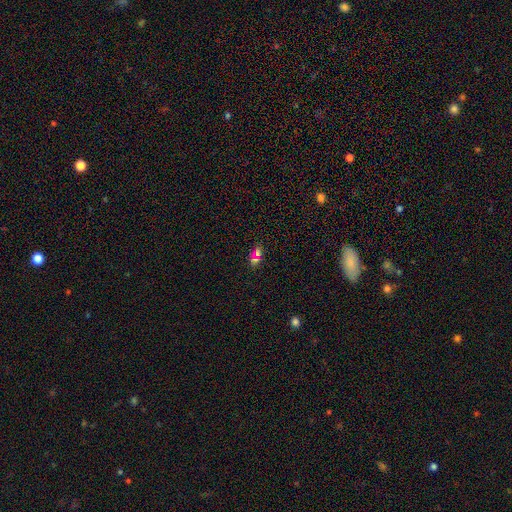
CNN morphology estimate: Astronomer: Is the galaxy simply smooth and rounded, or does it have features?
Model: smooth — 56%.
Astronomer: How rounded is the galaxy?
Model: in between — 60%.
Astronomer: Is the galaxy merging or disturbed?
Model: none — 61%.